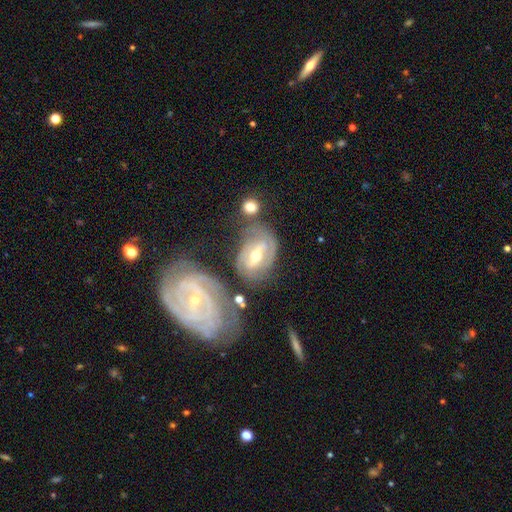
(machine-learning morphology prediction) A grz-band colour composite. It shows a featured or disk galaxy (74%) with a strong bar (43%), 2 (52%) tight (54%) spiral arms (82%) and a moderate central bulge (61%). Merging: none (49%).